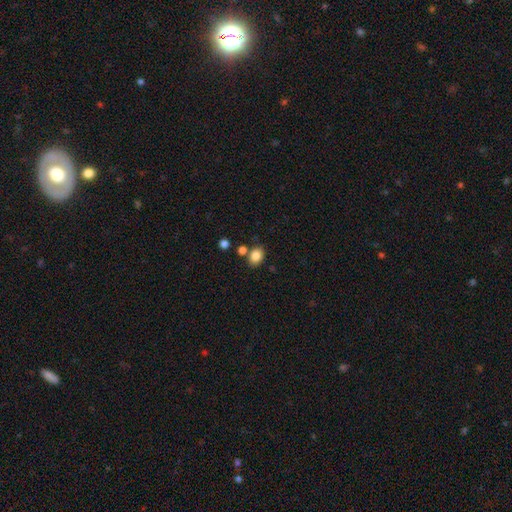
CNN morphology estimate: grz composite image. It shows a smooth galaxy with no disk features (84%) that is in between round and cigar-shaped (62%). Merging: none (71%).